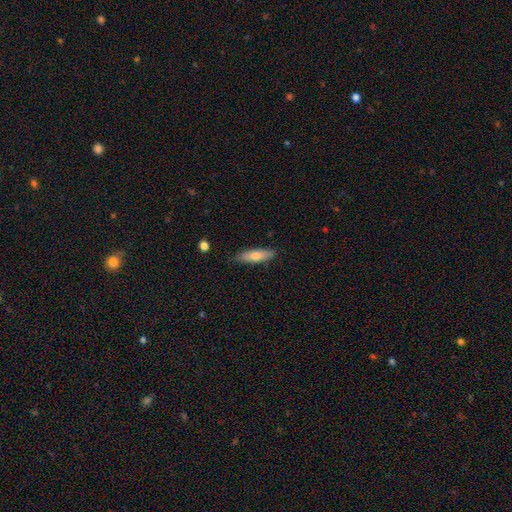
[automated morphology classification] Smooth or featured?
  - smooth: 70% *
  - featured or disk: 24%
  - star or artifact: 6%
How rounded?
  - cigar-shaped: 58% *
  - in between: 40%
  - round: 2%
Merging?
  - none: 82% *
  - minor disturbance: 14%
  - major disturbance: 2%
  - merger: 1%